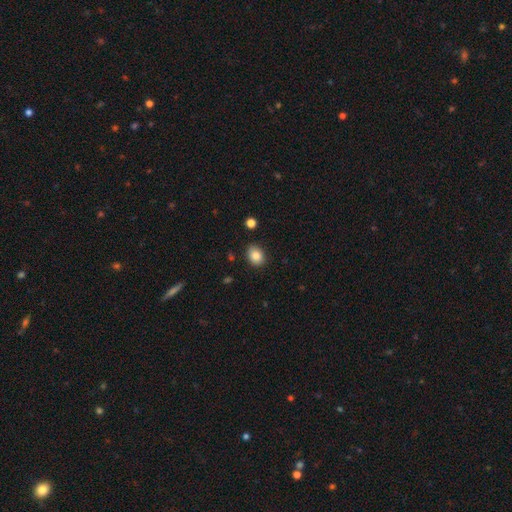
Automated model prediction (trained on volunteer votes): The model was most divided on "how rounded": in between: 57%, round: 42%, cigar-shaped: 1%. More confident: merging — none (85%); smooth or featured — smooth (85%).